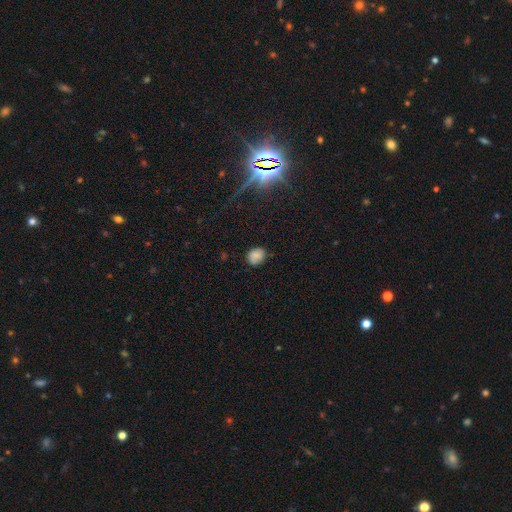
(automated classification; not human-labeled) A smooth galaxy with no disk features (82%) that is round (56%).

Vote fractions:
- Smooth or featured? smooth: 82% / star or artifact: 12% / featured or disk: 6%
- How rounded? round: 56% / in between: 43% / cigar-shaped: 1%
- Merging? none: 76% / minor disturbance: 19% / major disturbance: 4% / merger: 2%